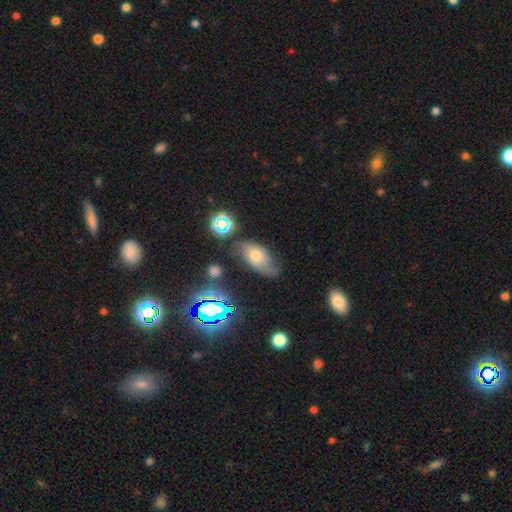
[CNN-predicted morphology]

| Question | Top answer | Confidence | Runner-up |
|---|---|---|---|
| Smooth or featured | smooth | 48% | featured or disk (34%) |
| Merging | none | 49% | minor disturbance (31%) |